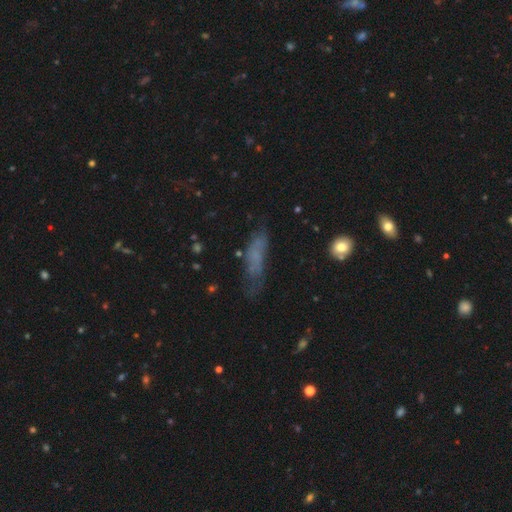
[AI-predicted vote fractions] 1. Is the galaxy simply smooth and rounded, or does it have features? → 55% smooth, 30% featured or disk, 15% star or artifact.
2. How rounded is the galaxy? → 60% cigar-shaped, 37% in between, 3% round.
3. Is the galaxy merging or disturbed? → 49% none, 29% minor disturbance, 18% major disturbance, 3% merger.